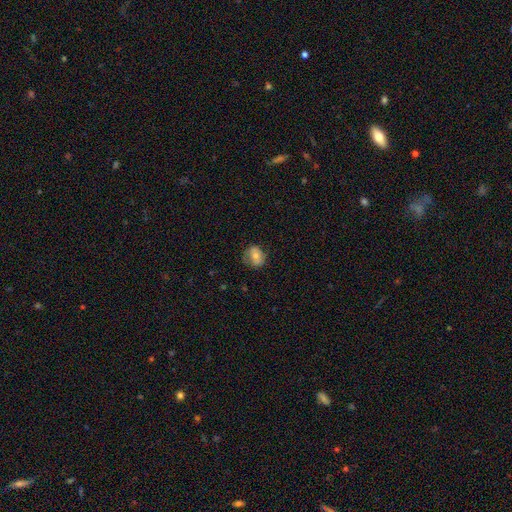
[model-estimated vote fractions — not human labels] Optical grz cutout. It shows a smooth galaxy with no disk features (64%) that is round (62%). Merging: none (70%).